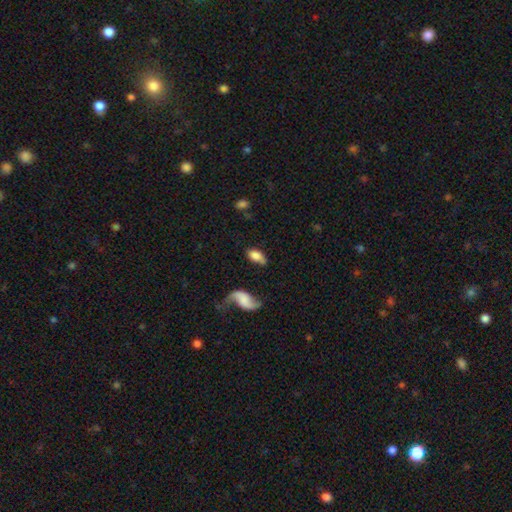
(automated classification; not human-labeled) A smooth galaxy with no disk features (71%) that is in between round and cigar-shaped (90%).

Vote fractions:
- Smooth or featured? smooth: 71% / featured or disk: 21% / star or artifact: 8%
- How rounded? in between: 90% / round: 7% / cigar-shaped: 3%
- Merging? none: 53% / minor disturbance: 25% / merger: 11% / major disturbance: 11%